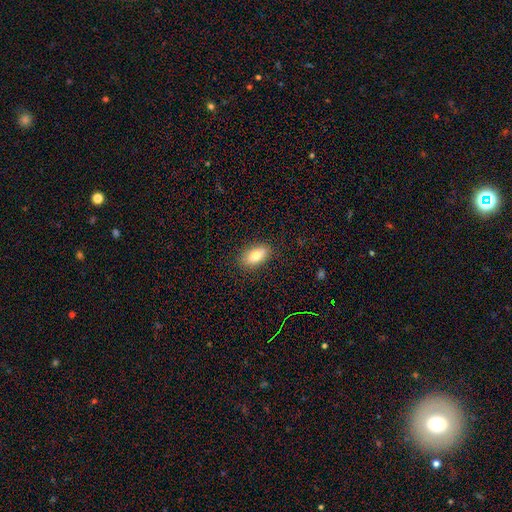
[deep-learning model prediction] Smooth or featured? smooth (81%)
How rounded? in between (90%)
Merging? none (87%)